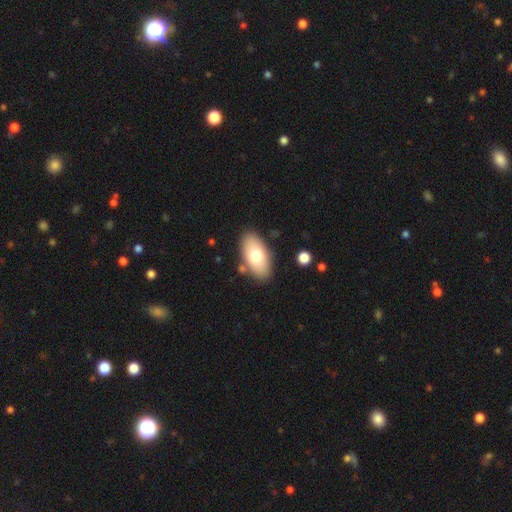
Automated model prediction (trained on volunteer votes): Smooth or featured: smooth — 70% (featured or disk — 23%)
How rounded: in between — 93% (round — 4%)
Merging: none — 84% (minor disturbance — 10%)